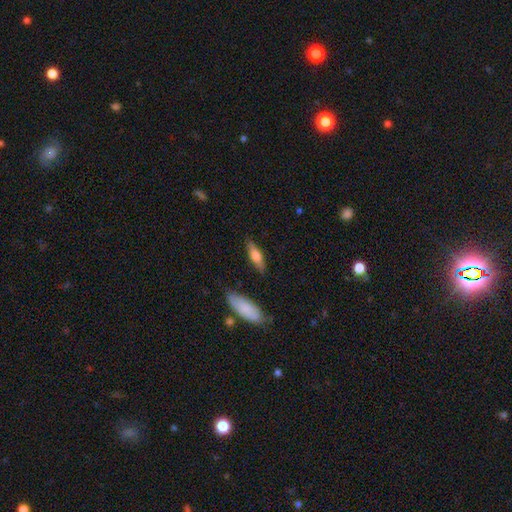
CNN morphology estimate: smooth-or-featured: smooth: 57% | featured or disk: 37% | star or artifact: 6%
  how-rounded: cigar-shaped: 57% | in between: 40% | round: 3%
  merging: none: 83% | minor disturbance: 12% | major disturbance: 3% | merger: 2%